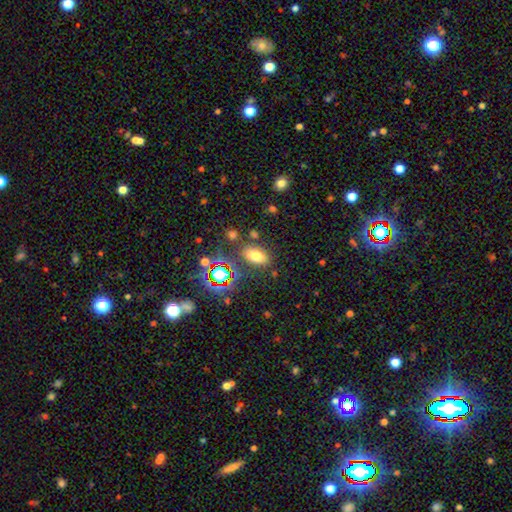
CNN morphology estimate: smooth-or-featured: smooth: 69% | star or artifact: 20% | featured or disk: 11%
  how-rounded: in between: 86% | round: 9% | cigar-shaped: 4%
  merging: none: 77% | minor disturbance: 12% | merger: 7% | major disturbance: 5%